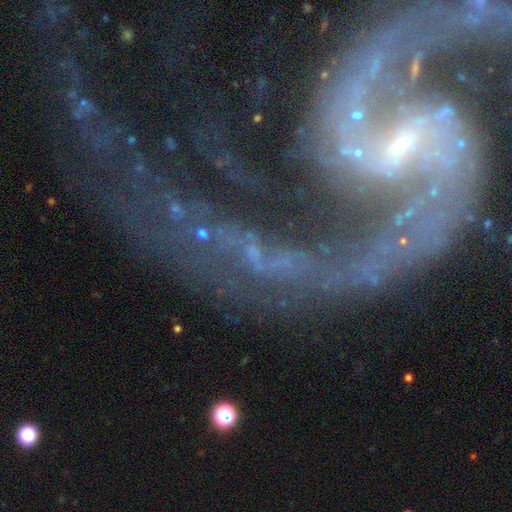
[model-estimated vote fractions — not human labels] Morphology: type=featured or disk (73%); edge-on=no (92%); bar=weak (35%); spiral arms=yes (80%); winding=loose (52%); arm count=2 (59%); bulge=small (52%); merging=none (38%).